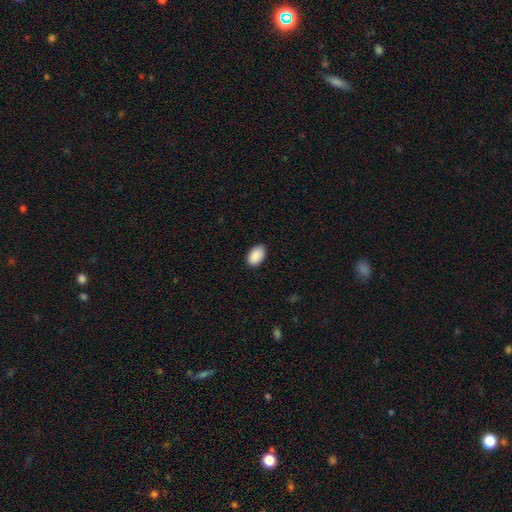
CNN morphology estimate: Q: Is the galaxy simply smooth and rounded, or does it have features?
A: smooth — 91%.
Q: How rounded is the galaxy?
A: in between — 92%.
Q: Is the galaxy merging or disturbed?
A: none — 87%.